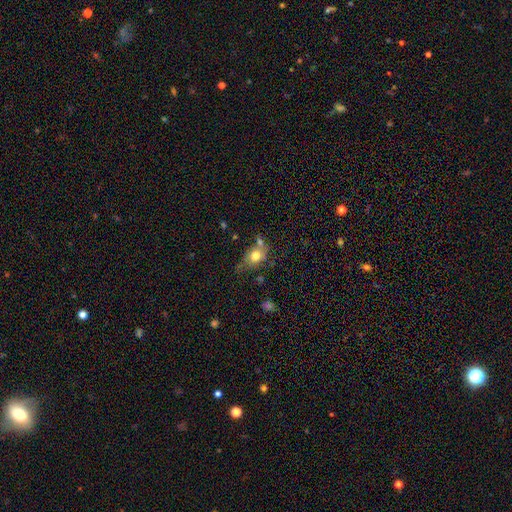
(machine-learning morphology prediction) Smooth or featured? smooth (74%)
How rounded? in between (60%)
Merging? none (50%)